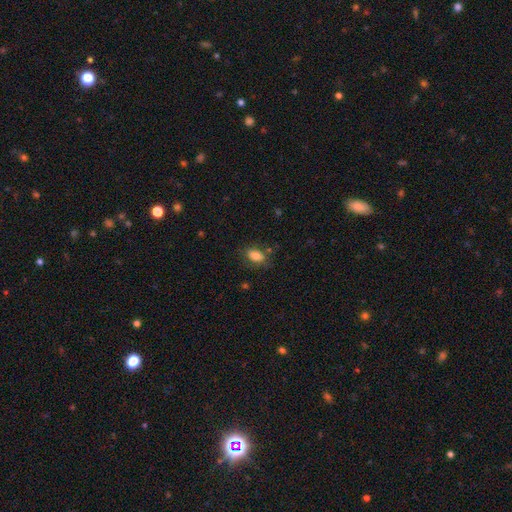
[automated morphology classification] This appears to be a smooth galaxy with no disk features (83%) that is in between round and cigar-shaped (89%). Merging: none (77%).